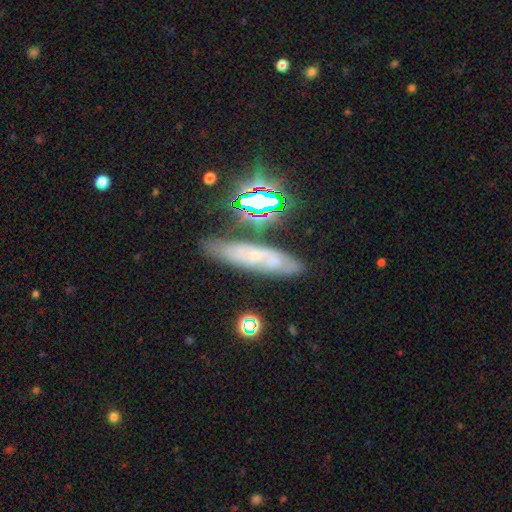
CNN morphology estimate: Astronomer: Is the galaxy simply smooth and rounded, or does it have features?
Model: featured or disk — 52% (runner-up: smooth, 28%).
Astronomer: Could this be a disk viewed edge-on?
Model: no — 63%.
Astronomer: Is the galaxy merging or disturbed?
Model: none — 72%.